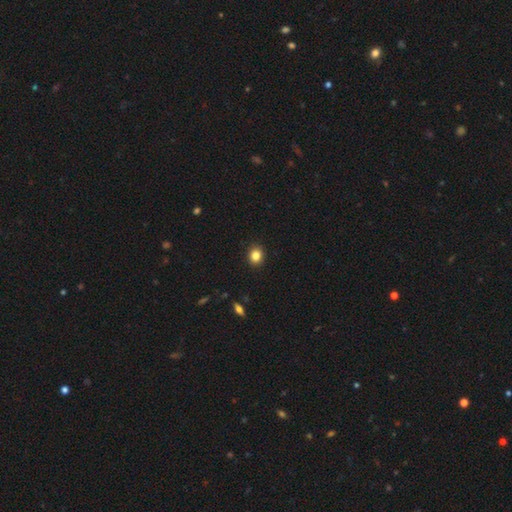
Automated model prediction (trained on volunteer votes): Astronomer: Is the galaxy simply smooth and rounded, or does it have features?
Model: smooth — 84%.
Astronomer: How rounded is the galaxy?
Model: round — 71%.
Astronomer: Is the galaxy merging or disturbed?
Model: none — 91%.